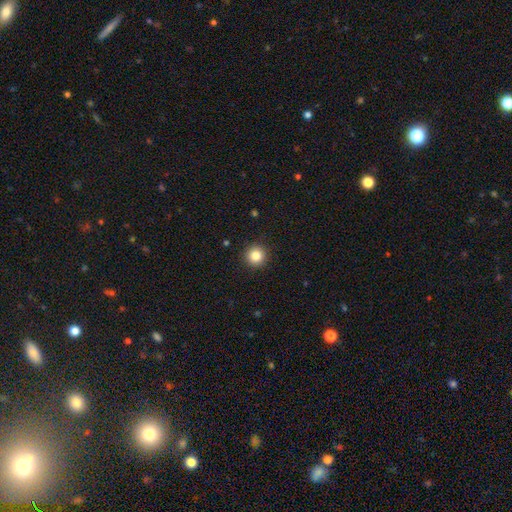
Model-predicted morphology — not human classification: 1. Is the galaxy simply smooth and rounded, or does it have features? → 84% smooth, 11% star or artifact, 5% featured or disk.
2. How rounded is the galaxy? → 95% round, 4% in between, 1% cigar-shaped.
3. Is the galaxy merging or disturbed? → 93% none, 5% minor disturbance, 2% major disturbance, 1% merger.